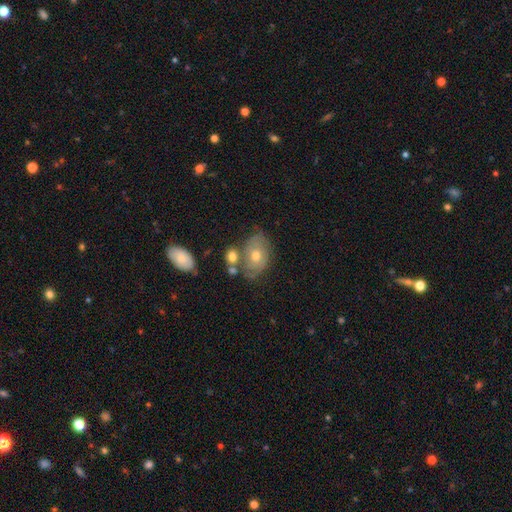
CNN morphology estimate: type=featured or disk (46%); merging=none (57%).